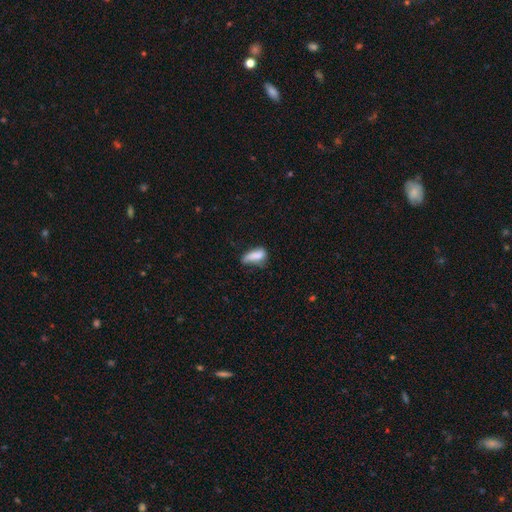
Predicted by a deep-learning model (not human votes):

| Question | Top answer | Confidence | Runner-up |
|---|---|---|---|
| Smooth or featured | smooth | 78% | featured or disk (13%) |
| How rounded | in between | 73% | cigar-shaped (23%) |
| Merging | minor disturbance | 38% | none (32%) |